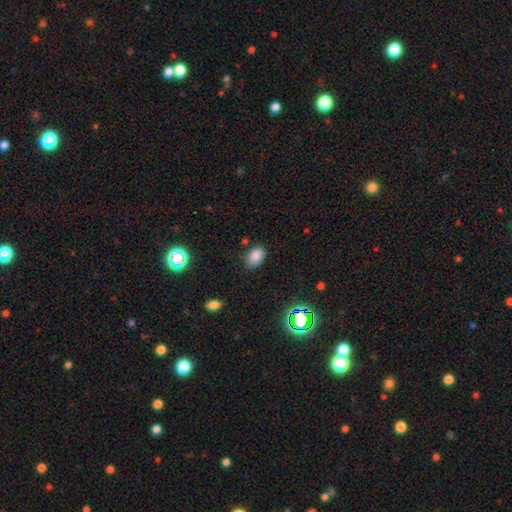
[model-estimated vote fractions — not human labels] Smooth or featured: smooth — 82% (star or artifact — 12%)
How rounded: in between — 85% (round — 14%)
Merging: none — 75% (minor disturbance — 19%)